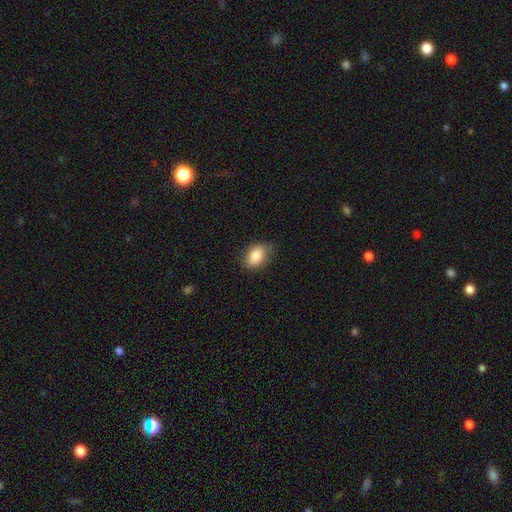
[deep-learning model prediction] smooth_or_featured: smooth (p=0.85) [alt: star or artifact p=0.08]
how_rounded: in between (p=0.83) [alt: round p=0.15]
merging: none (p=0.75) [alt: minor disturbance p=0.20]